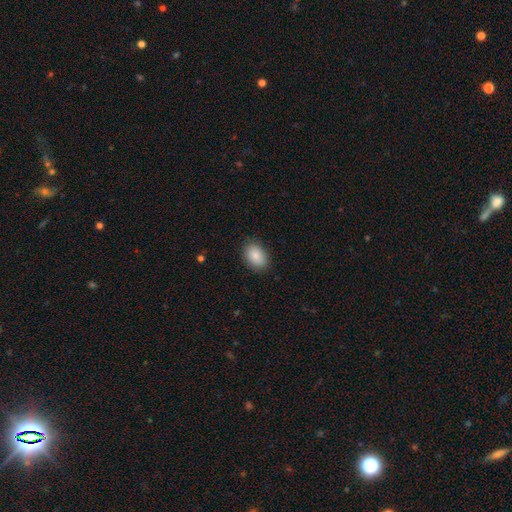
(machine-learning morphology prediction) Smooth or featured? Predicted: smooth (p=0.88). How rounded? Predicted: in between (p=0.83). Merging? Predicted: none (p=0.86).